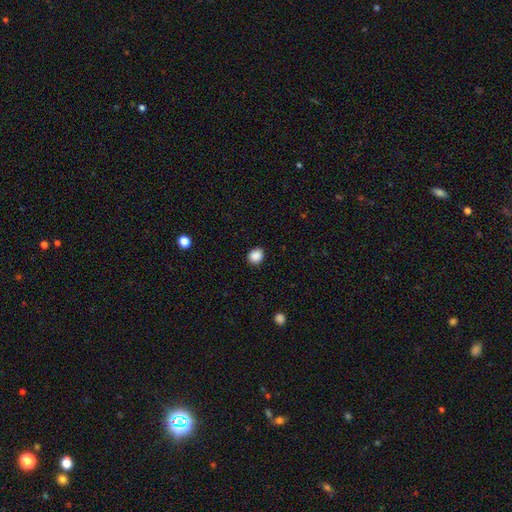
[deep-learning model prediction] smooth_or_featured: smooth (p=0.88) [alt: star or artifact p=0.10]
how_rounded: round (p=0.73) [alt: in between p=0.26]
merging: none (p=0.89) [alt: minor disturbance p=0.08]